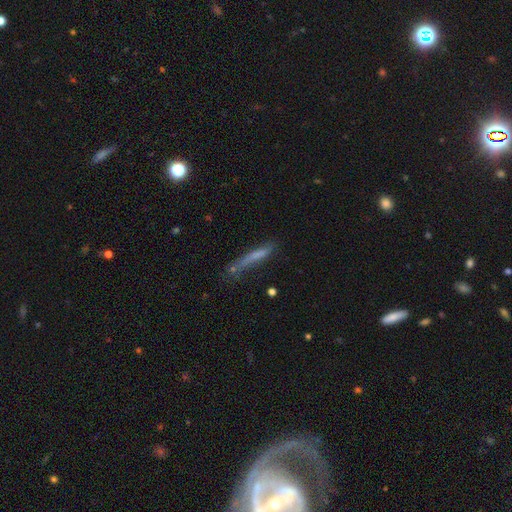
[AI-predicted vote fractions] smooth 63%, featured or disk 28%, star or artifact 9%. Down the decision tree: how rounded — cigar-shaped (92%); merging — none (53%).